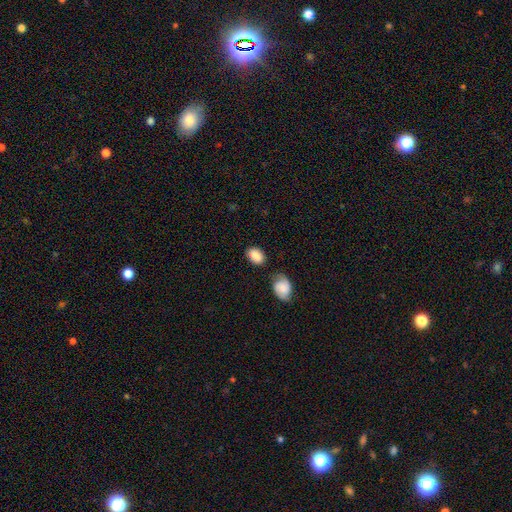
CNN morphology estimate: smooth_or_featured: smooth (p=0.84) [alt: featured or disk p=0.08]
how_rounded: in between (p=0.80) [alt: round p=0.19]
merging: none (p=0.65) [alt: minor disturbance p=0.19]